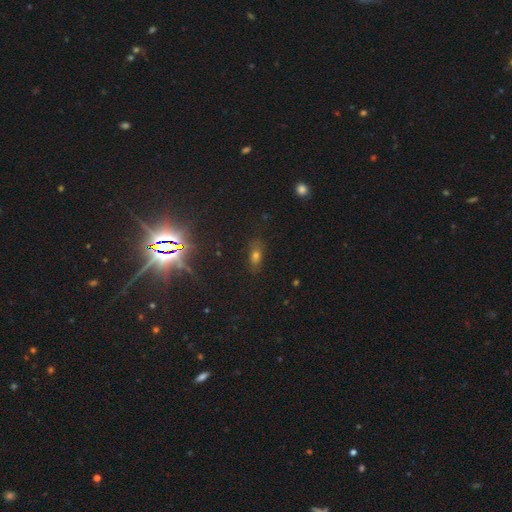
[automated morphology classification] A smooth galaxy with no disk features (52%) that is in between round and cigar-shaped (77%).

Vote fractions:
- Smooth or featured? smooth: 52% / star or artifact: 35% / featured or disk: 13%
- How rounded? in between: 77% / round: 13% / cigar-shaped: 10%
- Merging? none: 80% / minor disturbance: 13% / major disturbance: 5% / merger: 2%